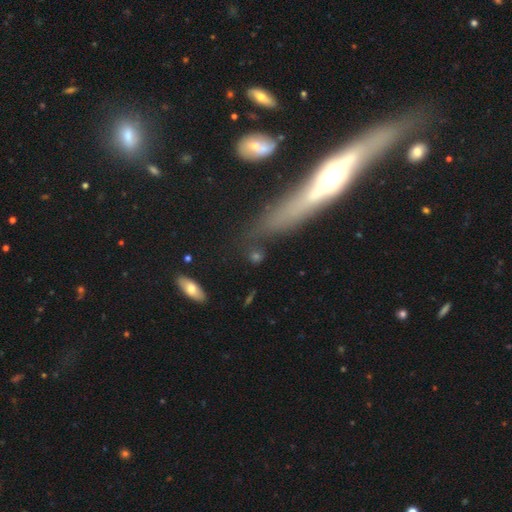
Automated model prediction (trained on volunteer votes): The model was most divided on "how rounded": in between: 38%, cigar-shaped: 32%, round: 30%. More confident: merging — none (67%); smooth or featured — smooth (61%).